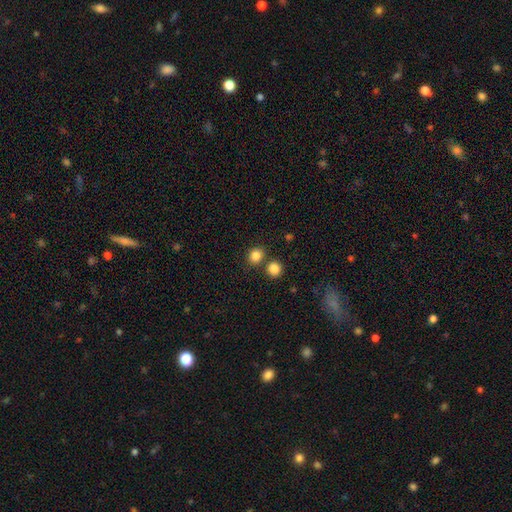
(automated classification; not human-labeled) This is clearly a smooth galaxy (84%). How rounded: likely round (75%). Merging: likely none (72%).